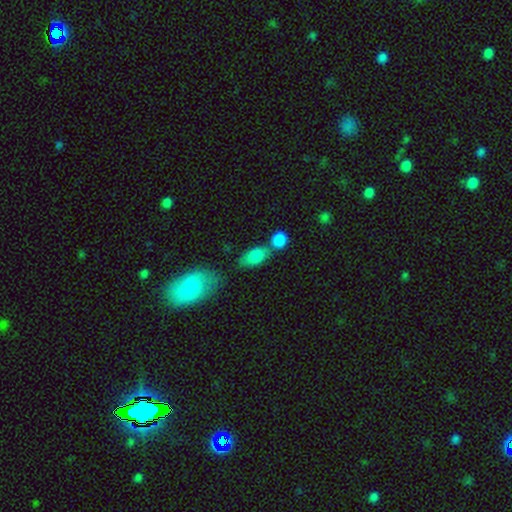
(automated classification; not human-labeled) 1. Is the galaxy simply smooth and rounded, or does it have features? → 83% smooth, 10% featured or disk, 7% star or artifact.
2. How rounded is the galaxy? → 87% in between, 7% round, 6% cigar-shaped.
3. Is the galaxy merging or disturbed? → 46% none, 31% merger, 16% minor disturbance, 6% major disturbance.